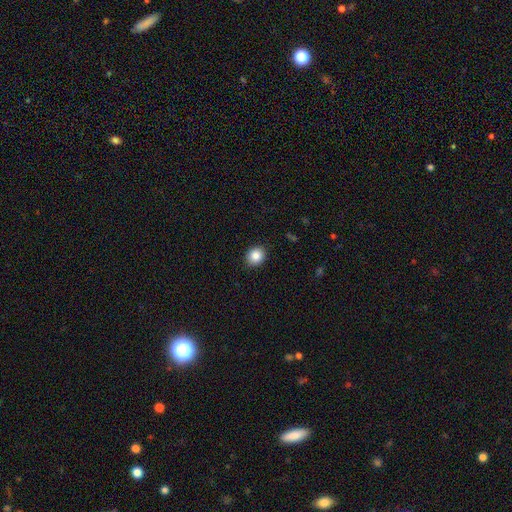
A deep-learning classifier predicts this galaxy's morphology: The model was most divided on "how rounded": round: 73%, in between: 26%, cigar-shaped: 1%. More confident: merging — none (90%); smooth or featured — smooth (86%).